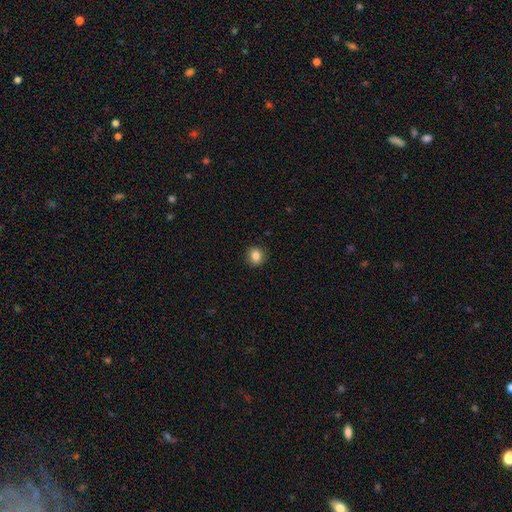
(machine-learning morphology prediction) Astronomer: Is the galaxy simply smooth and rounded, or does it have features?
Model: smooth — 85%.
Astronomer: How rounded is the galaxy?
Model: round — 76%.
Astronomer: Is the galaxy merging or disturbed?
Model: none — 90%.